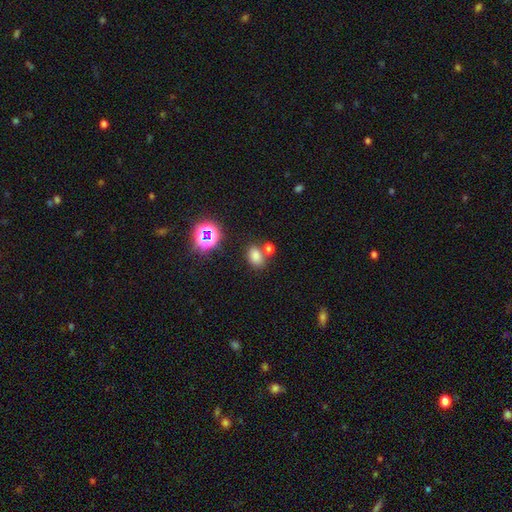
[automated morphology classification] Smooth or featured? Predicted: smooth (p=0.75). How rounded? Predicted: in between (p=0.75). Merging? Predicted: none (p=0.66).